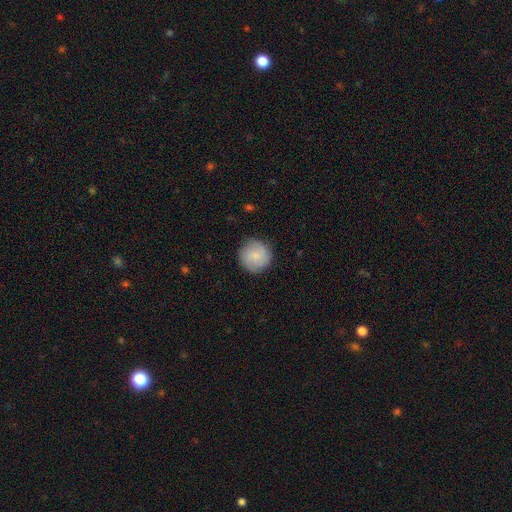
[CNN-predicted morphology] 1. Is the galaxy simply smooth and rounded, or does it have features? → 77% smooth, 16% featured or disk, 7% star or artifact.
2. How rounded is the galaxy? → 95% round, 4% in between, 1% cigar-shaped.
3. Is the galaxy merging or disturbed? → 86% none, 11% minor disturbance, 3% major disturbance, 1% merger.